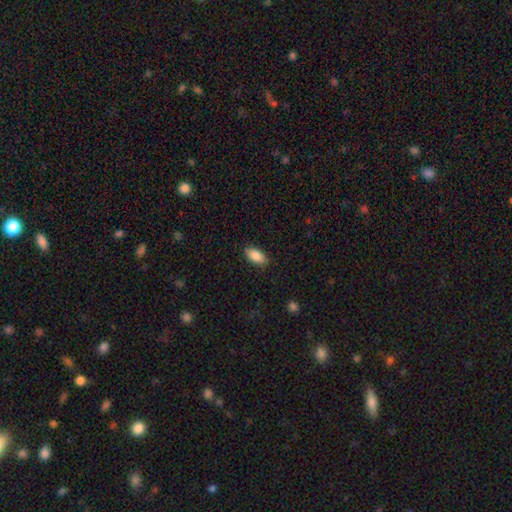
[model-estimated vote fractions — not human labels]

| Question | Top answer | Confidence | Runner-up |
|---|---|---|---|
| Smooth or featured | smooth | 88% | star or artifact (7%) |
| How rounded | in between | 92% | cigar-shaped (5%) |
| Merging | none | 87% | minor disturbance (10%) |